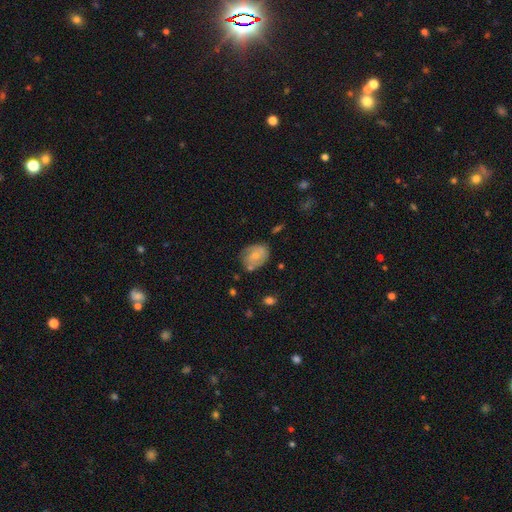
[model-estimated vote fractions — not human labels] smooth-or-featured: smooth: 60% | featured or disk: 33% | star or artifact: 7%
  how-rounded: in between: 67% | round: 32% | cigar-shaped: 1%
  merging: none: 60% | minor disturbance: 26% | major disturbance: 8% | merger: 6%